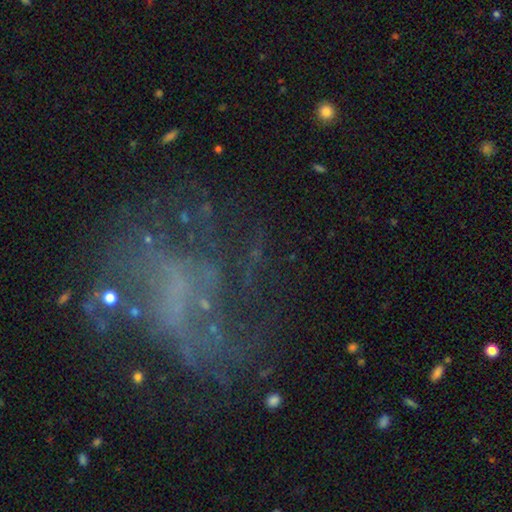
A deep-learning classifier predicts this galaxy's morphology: This is possibly a featured or disk galaxy (60%). It is clearly not viewed edge-on (97%). Bar: likely no (62%). Spiral arm pattern: possibly no (54%). Central bulge: likely none (65%). Merging: possibly none (48%).